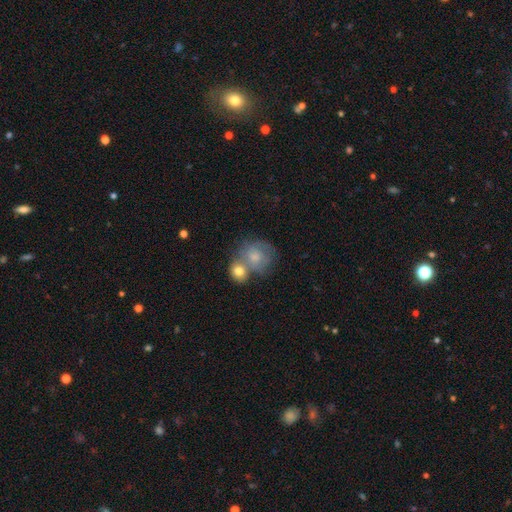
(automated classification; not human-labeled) Smooth or featured?
  - smooth: 67% *
  - featured or disk: 24%
  - star or artifact: 8%
How rounded?
  - round: 77% *
  - in between: 22%
  - cigar-shaped: 1%
Merging?
  - merger: 48% *
  - none: 31%
  - minor disturbance: 13%
  - major disturbance: 7%